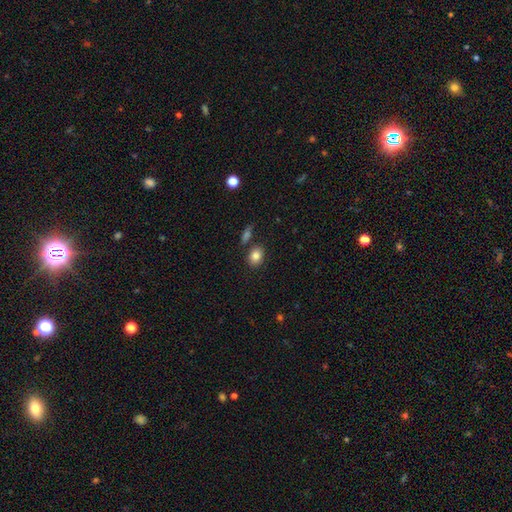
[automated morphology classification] smooth 84%, star or artifact 9%, featured or disk 7%. Down the decision tree: how rounded — in between (52%); merging — none (79%).